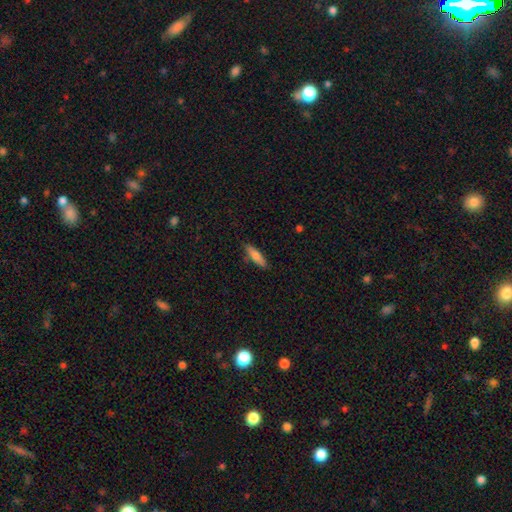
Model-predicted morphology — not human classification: smooth-or-featured: smooth: 73% | featured or disk: 21% | star or artifact: 6%
  how-rounded: cigar-shaped: 70% | in between: 28% | round: 2%
  merging: none: 86% | minor disturbance: 10% | major disturbance: 2% | merger: 2%